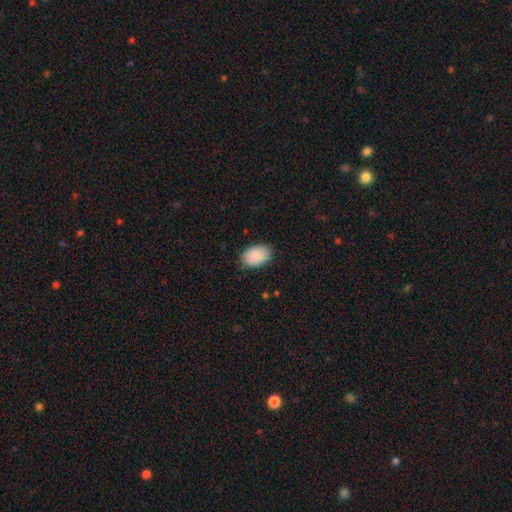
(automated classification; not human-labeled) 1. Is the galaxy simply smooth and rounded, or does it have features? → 90% smooth, 6% star or artifact, 4% featured or disk.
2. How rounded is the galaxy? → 89% in between, 10% round, 1% cigar-shaped.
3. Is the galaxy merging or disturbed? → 86% none, 11% minor disturbance, 2% major disturbance, 1% merger.